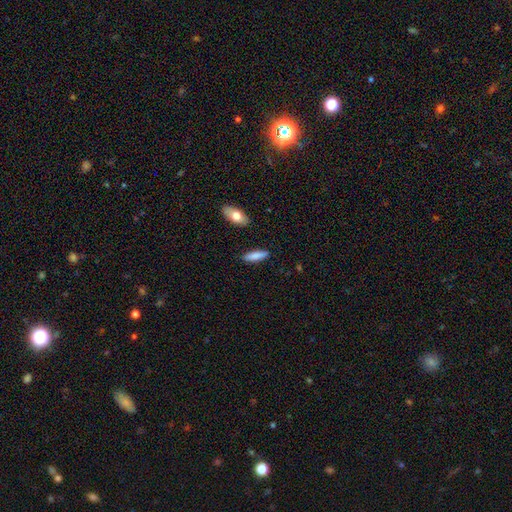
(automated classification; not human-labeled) Overall: smooth (83%). How rounded: cigar-shaped (55%; in between 43%). Merging: none (86%).